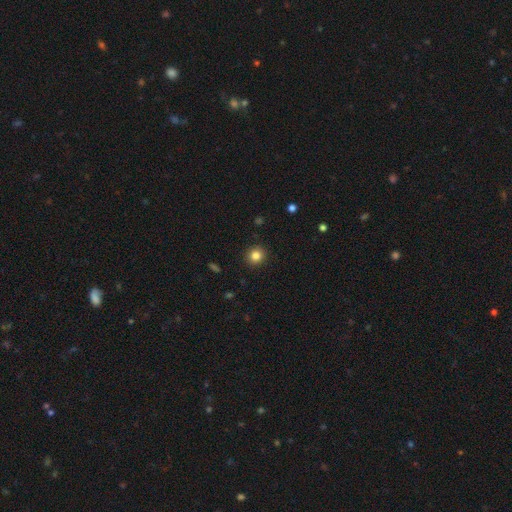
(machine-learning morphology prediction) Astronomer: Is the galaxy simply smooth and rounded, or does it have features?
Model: smooth — 84%.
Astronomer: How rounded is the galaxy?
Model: round — 89%.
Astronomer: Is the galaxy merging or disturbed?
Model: none — 92%.